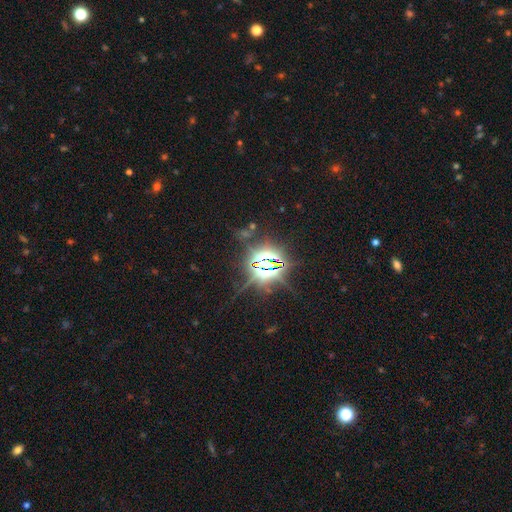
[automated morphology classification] A star or artifact, not a galaxy (85%).